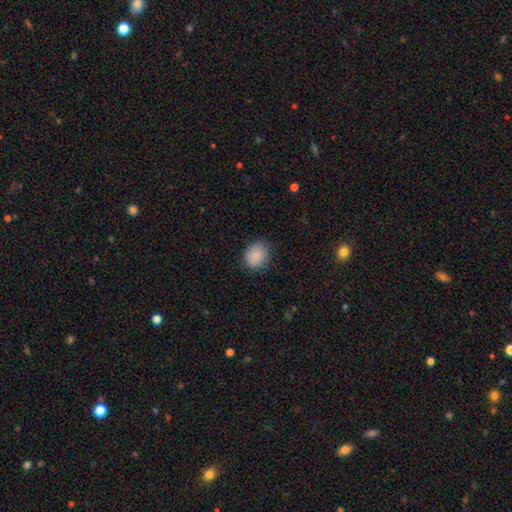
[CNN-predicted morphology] smooth_or_featured: smooth (p=0.88) [alt: star or artifact p=0.08]
how_rounded: round (p=0.61) [alt: in between p=0.38]
merging: none (p=0.82) [alt: minor disturbance p=0.14]